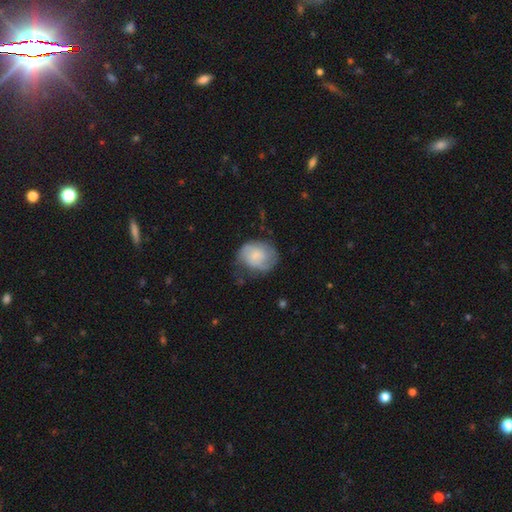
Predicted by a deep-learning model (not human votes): The model was most divided on "smooth or featured": smooth: 52%, featured or disk: 40%, star or artifact: 8%. More confident: how rounded — round (56%); merging — none (50%).